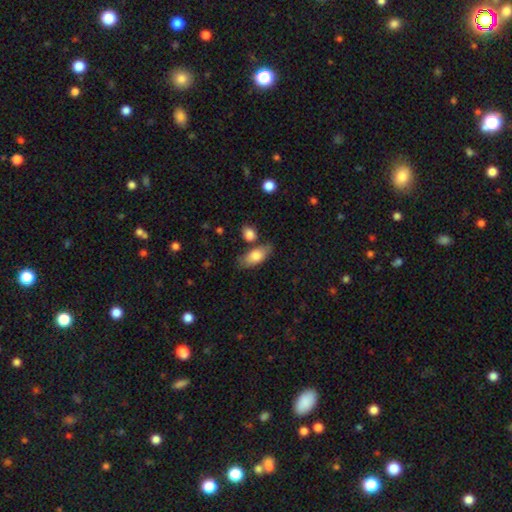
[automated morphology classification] Smooth or featured: smooth — 76% (featured or disk — 18%)
How rounded: in between — 81% (cigar-shaped — 14%)
Merging: none — 71% (minor disturbance — 15%)